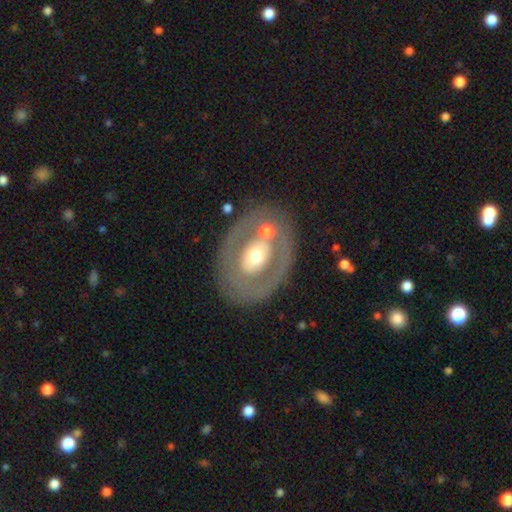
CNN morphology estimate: This is possibly a featured or disk galaxy (59%). It is clearly not viewed edge-on (92%). Bar: likely no (78%). Spiral arm pattern: clearly no (88%). Central bulge: likely moderate (68%). Merging: likely none (72%).